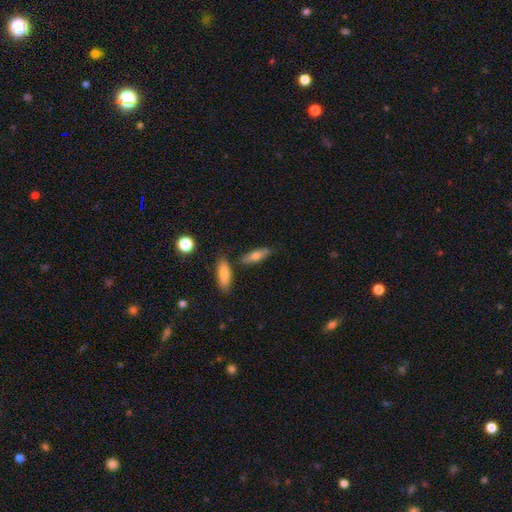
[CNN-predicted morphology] type=smooth (66%); roundness=in between (52%); merging=none (75%).